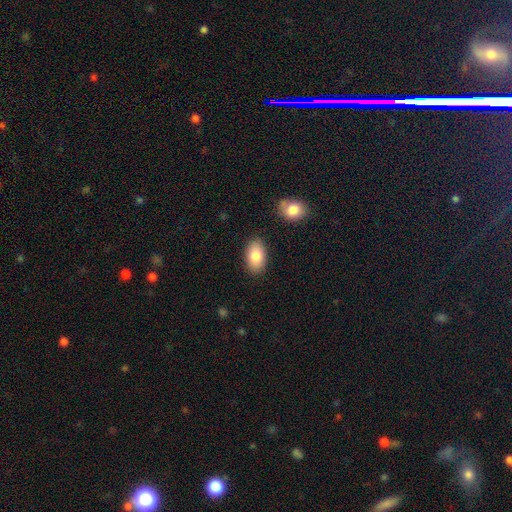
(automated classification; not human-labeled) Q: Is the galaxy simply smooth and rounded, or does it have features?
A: smooth — 83%.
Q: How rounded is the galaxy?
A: in between — 92%.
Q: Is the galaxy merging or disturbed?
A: none — 85%.